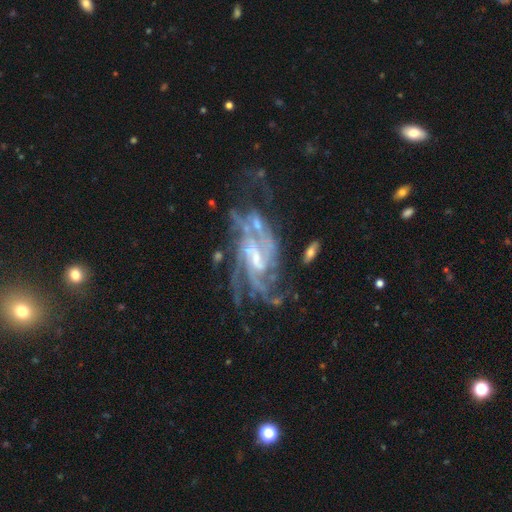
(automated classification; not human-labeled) A featured or disk galaxy (90%) with a weak bar (47%), 4 (25%) tight (45%) spiral arms (97%) and a small central bulge (60%).

Vote fractions:
- Smooth or featured? featured or disk: 90% / star or artifact: 6% / smooth: 4%
- Edge-on disk? no: 96% / yes: 4%
- Bar? weak: 47% / no: 32% / strong: 21%
- Spiral arms? yes: 97% / no: 3%
- Spiral winding? tight: 45% / medium: 44% / loose: 11%
- Spiral arm count? 4: 25% / can't tell: 23% / 3: 21% / 2: 14% / more than 4: 9% / 1: 7%
- Bulge size? small: 60% / moderate: 27% / none: 9% / large: 2% / dominant: 1%
- Merging? none: 52% / minor disturbance: 21% / major disturbance: 21% / merger: 7%